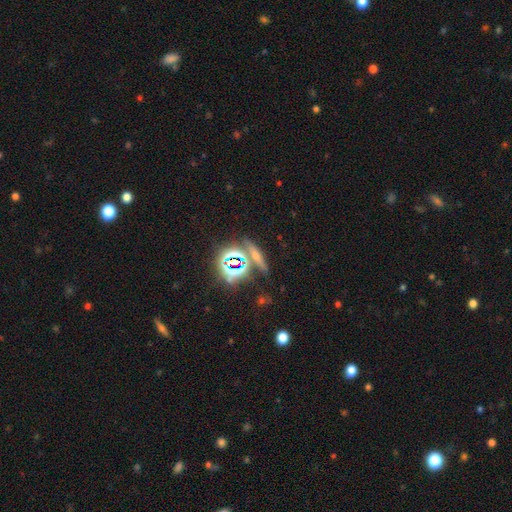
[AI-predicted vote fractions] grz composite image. It shows a star or artifact, not a galaxy (40%).